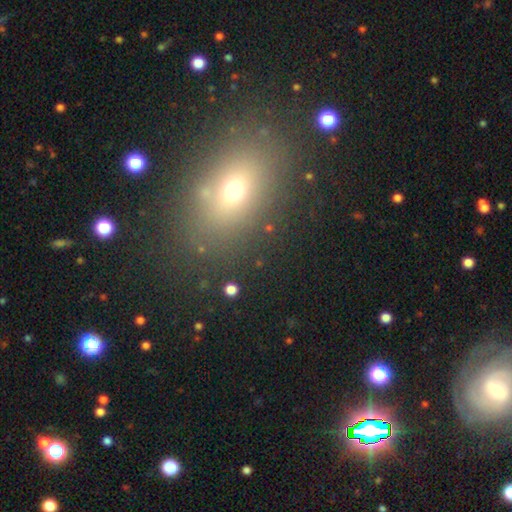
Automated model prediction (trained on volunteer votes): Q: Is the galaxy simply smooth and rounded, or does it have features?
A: smooth — 55%.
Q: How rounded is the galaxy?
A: in between — 72%.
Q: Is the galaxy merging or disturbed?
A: none — 83%.